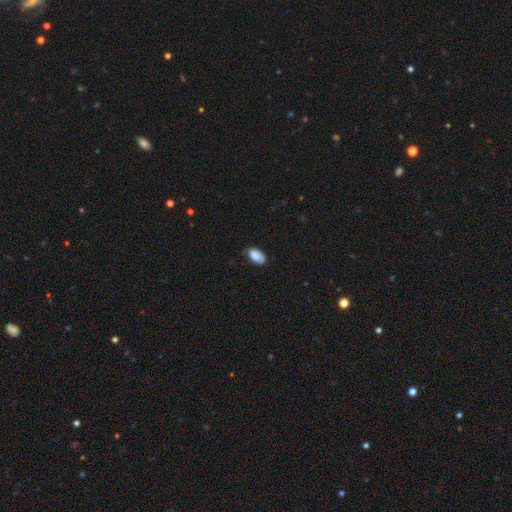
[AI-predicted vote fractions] Q: Smooth or featured?
A: smooth (87%); runner-up: star or artifact (7%)
Q: How rounded?
A: in between (95%); runner-up: round (3%)
Q: Merging?
A: none (75%); runner-up: minor disturbance (21%)